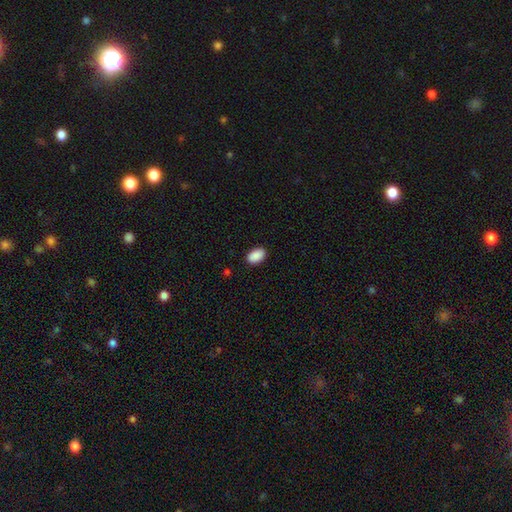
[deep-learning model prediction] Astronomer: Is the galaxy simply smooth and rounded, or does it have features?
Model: smooth — 91%.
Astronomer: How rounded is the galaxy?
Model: in between — 92%.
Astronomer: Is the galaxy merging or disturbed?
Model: none — 88%.